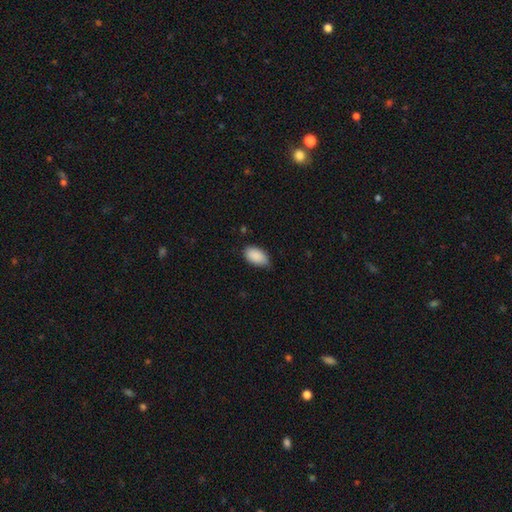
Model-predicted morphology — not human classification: Smooth or featured?
  - smooth: 90% *
  - star or artifact: 7%
  - featured or disk: 4%
How rounded?
  - in between: 94% *
  - round: 5%
  - cigar-shaped: 2%
Merging?
  - none: 64% *
  - minor disturbance: 31%
  - major disturbance: 4%
  - merger: 1%